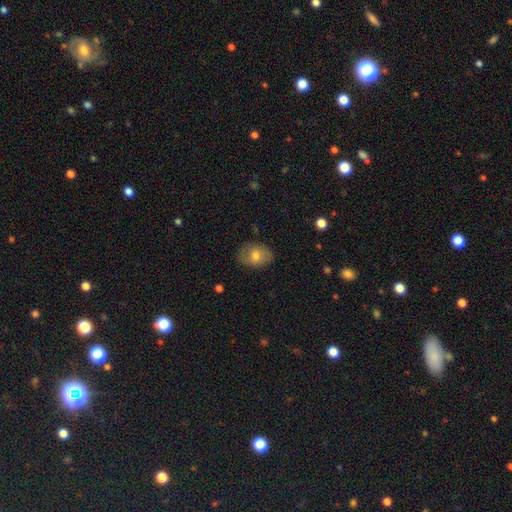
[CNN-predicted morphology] This is likely a smooth galaxy (70%). How rounded: likely in between (74%). Merging: clearly none (80%).